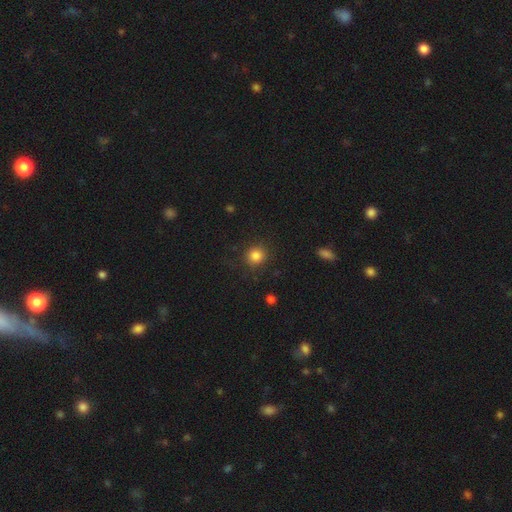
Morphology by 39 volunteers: This is clearly a smooth galaxy (85%). How rounded: clearly round (97%). Merging: clearly none (83%).